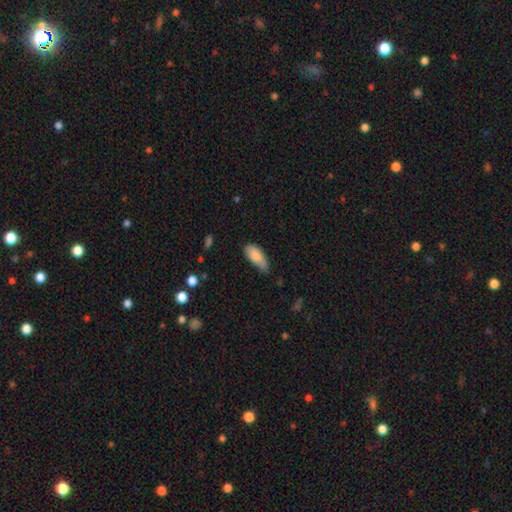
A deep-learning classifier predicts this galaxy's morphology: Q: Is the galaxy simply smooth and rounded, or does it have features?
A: smooth — 85%.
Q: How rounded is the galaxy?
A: in between — 84%.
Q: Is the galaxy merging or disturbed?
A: none — 47%.